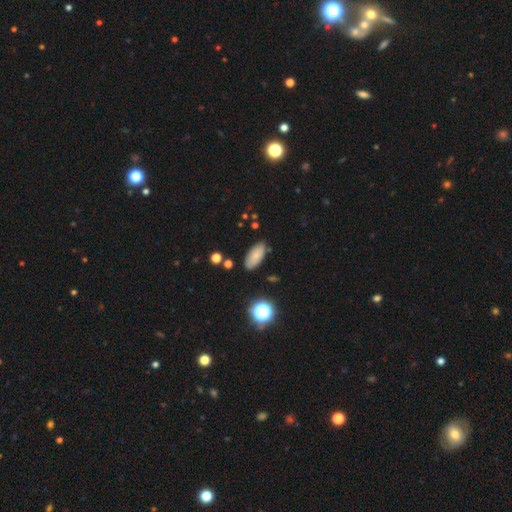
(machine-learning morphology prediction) Overall: smooth (79%). How rounded: in between (89%). Merging: none (81%).